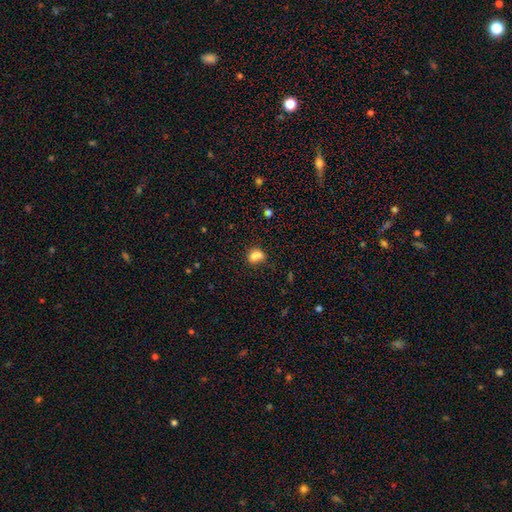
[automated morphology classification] Smooth or featured: smooth — 77% (star or artifact — 12%)
How rounded: in between — 50% (round — 49%)
Merging: none — 37% (merger — 36%)